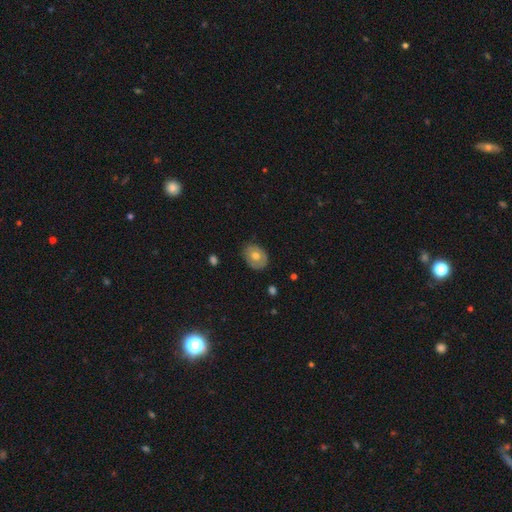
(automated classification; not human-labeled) smooth 59%, featured or disk 33%, star or artifact 7%. Down the decision tree: how rounded — in between (64%); merging — none (79%).